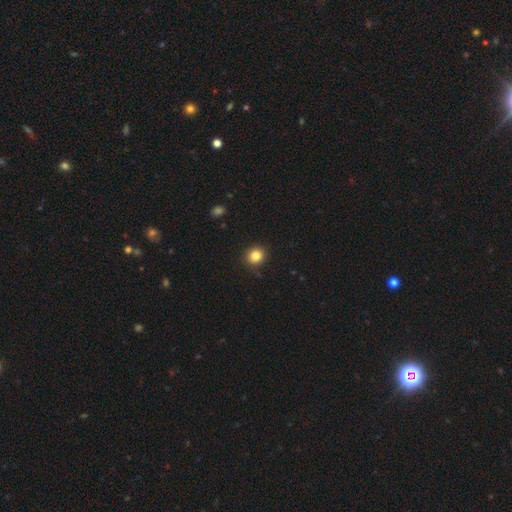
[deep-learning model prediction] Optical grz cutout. It shows a smooth galaxy with no disk features (83%) that is round (84%). Merging: none (89%).